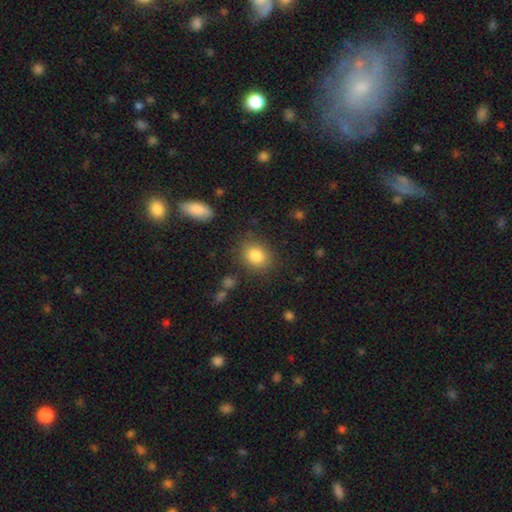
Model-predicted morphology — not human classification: Q: Smooth or featured?
A: smooth (83%); runner-up: star or artifact (10%)
Q: How rounded?
A: round (53%); runner-up: in between (46%)
Q: Merging?
A: none (82%); runner-up: minor disturbance (12%)